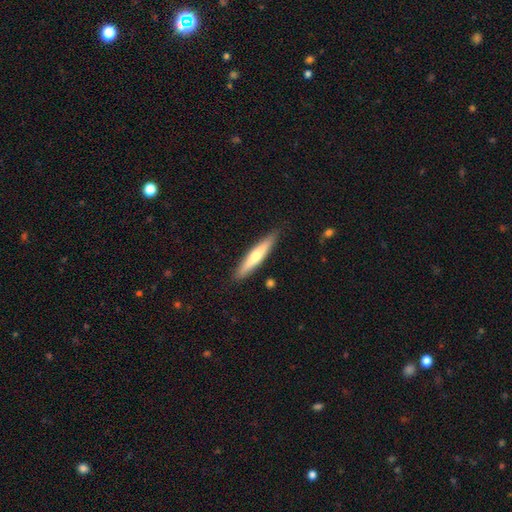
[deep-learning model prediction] smooth_or_featured: smooth (p=0.52) [alt: featured or disk p=0.43]
how_rounded: cigar-shaped (p=0.90) [alt: in between p=0.08]
merging: none (p=0.88) [alt: minor disturbance p=0.09]